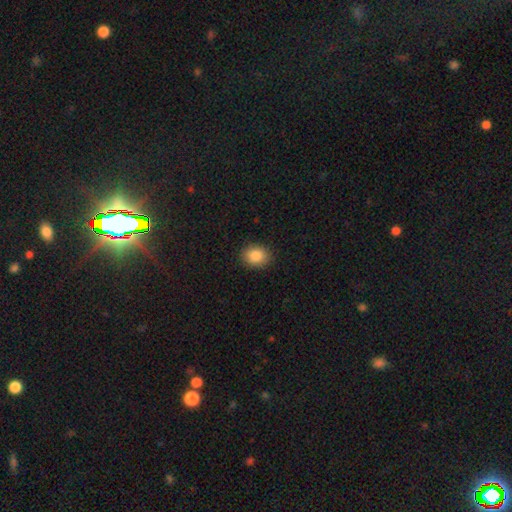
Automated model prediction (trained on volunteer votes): This appears to be a smooth galaxy with no disk features (86%) that is round (54%). Merging: none (90%).